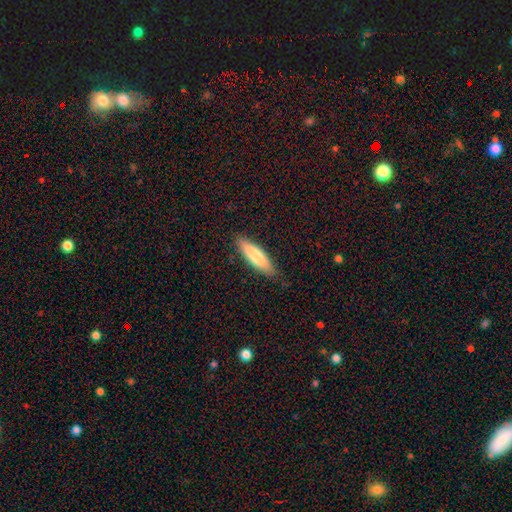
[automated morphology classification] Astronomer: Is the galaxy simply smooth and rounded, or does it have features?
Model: smooth — 79%.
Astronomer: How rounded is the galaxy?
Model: cigar-shaped — 64%.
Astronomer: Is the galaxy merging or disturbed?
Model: none — 84%.